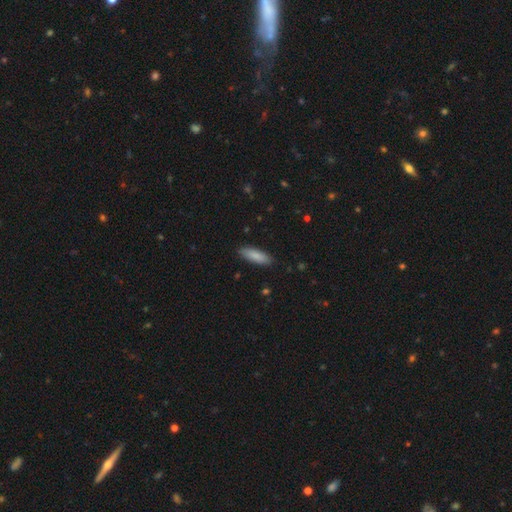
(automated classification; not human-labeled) Smooth or featured: smooth — 86% (featured or disk — 8%)
How rounded: in between — 53% (cigar-shaped — 45%)
Merging: none — 88% (minor disturbance — 9%)